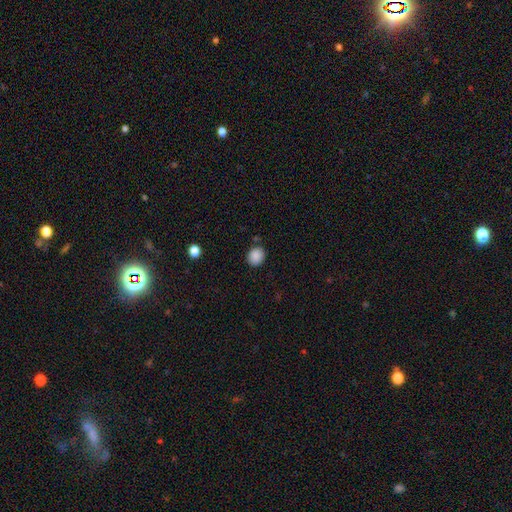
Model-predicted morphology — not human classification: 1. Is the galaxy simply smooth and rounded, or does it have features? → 88% smooth, 9% star or artifact, 3% featured or disk.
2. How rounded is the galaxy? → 69% round, 30% in between, 1% cigar-shaped.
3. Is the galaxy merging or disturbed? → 82% none, 11% minor disturbance, 3% merger, 3% major disturbance.